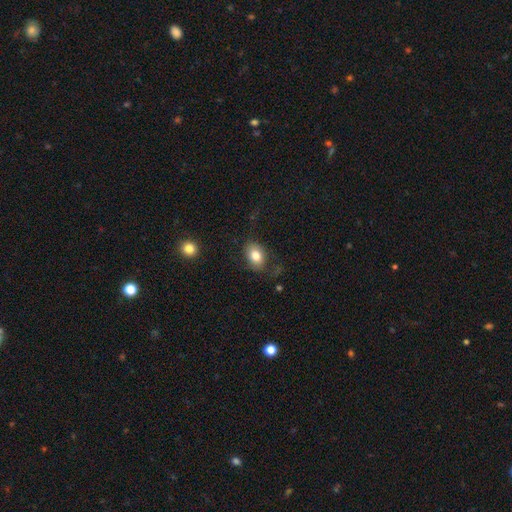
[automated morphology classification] Q: Smooth or featured?
A: smooth (82%); runner-up: featured or disk (10%)
Q: How rounded?
A: in between (75%); runner-up: round (24%)
Q: Merging?
A: none (70%); runner-up: minor disturbance (19%)